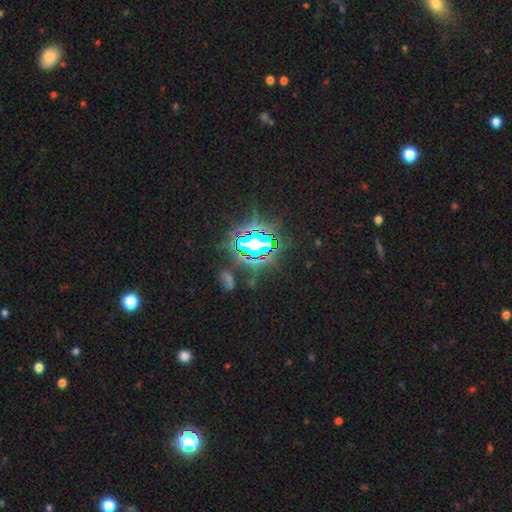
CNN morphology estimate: The model was most divided on "smooth or featured": star or artifact: 78%, smooth: 12%, featured or disk: 10%.